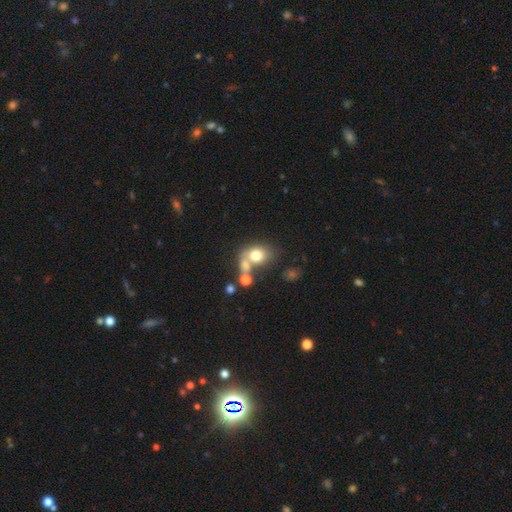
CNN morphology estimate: A smooth galaxy with no disk features (72%) that is in between round and cigar-shaped (50%). Merging: merger (46%).